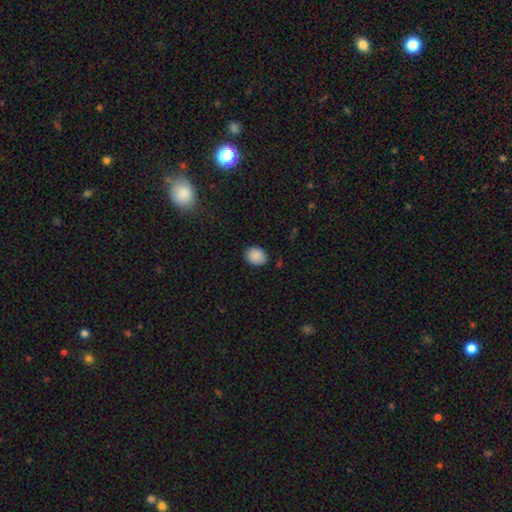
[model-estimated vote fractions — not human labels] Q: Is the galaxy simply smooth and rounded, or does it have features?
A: smooth — 89%.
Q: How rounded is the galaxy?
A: round — 52%.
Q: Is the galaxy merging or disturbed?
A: none — 82%.